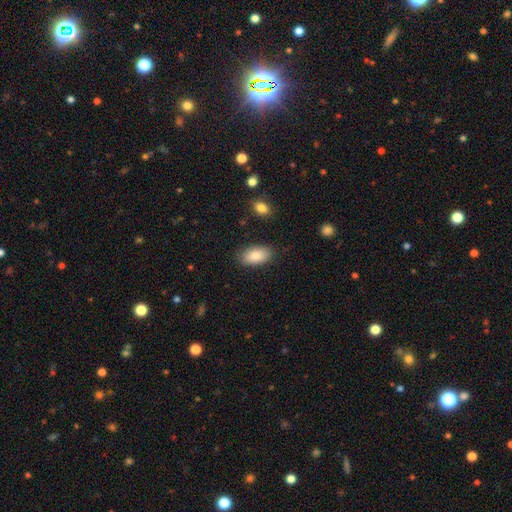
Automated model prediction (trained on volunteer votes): This is clearly a smooth galaxy (85%). How rounded: clearly in between (93%). Merging: clearly none (85%).